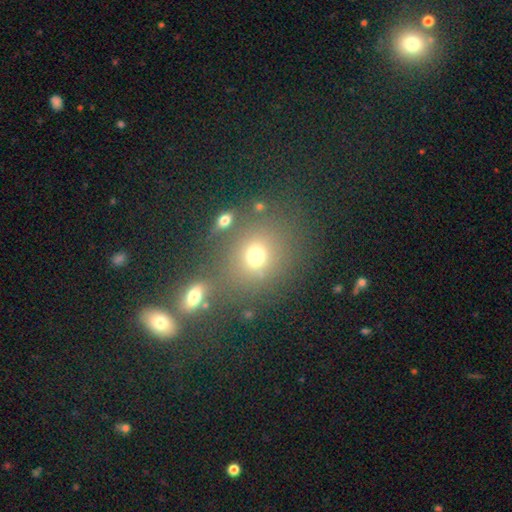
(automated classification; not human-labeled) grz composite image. It shows a smooth galaxy with no disk features (70%) that is round (68%). Merging: none (64%).